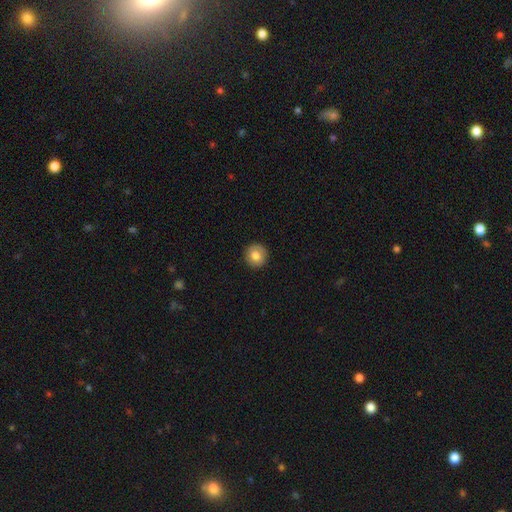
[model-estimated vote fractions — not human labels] Q: Smooth or featured?
A: smooth (79%); runner-up: featured or disk (13%)
Q: How rounded?
A: round (94%); runner-up: in between (5%)
Q: Merging?
A: none (91%); runner-up: minor disturbance (6%)